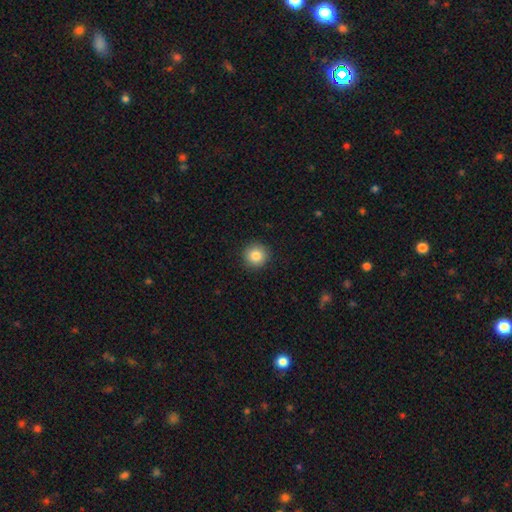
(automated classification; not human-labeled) A smooth galaxy with no disk features (84%) that is round (94%).

Vote fractions:
- Smooth or featured? smooth: 84% / star or artifact: 10% / featured or disk: 6%
- How rounded? round: 94% / in between: 5% / cigar-shaped: 1%
- Merging? none: 92% / minor disturbance: 6% / major disturbance: 2% / merger: 1%